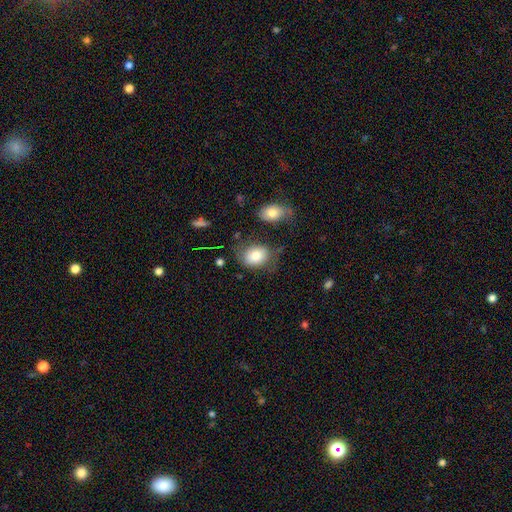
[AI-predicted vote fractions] smooth-or-featured: smooth: 81% | featured or disk: 11% | star or artifact: 8%
  how-rounded: in between: 63% | round: 36% | cigar-shaped: 1%
  merging: none: 59% | minor disturbance: 24% | major disturbance: 10% | merger: 7%